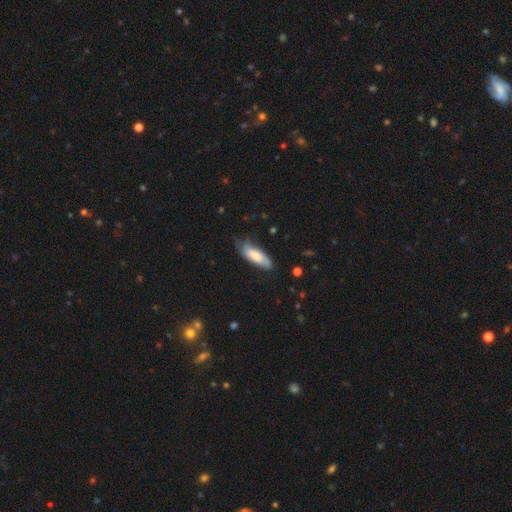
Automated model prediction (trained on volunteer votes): Smooth or featured?
  - smooth: 66% *
  - featured or disk: 28%
  - star or artifact: 6%
How rounded?
  - in between: 61% *
  - cigar-shaped: 37%
  - round: 2%
Merging?
  - none: 60% *
  - minor disturbance: 30%
  - major disturbance: 8%
  - merger: 2%